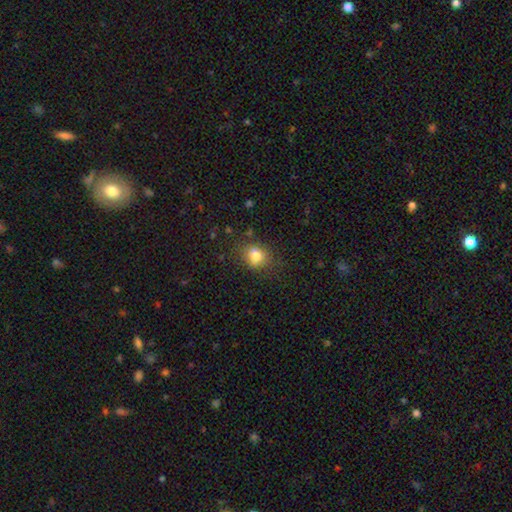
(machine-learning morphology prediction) smooth_or_featured: smooth (p=0.81) [alt: star or artifact p=0.11]
how_rounded: round (p=0.56) [alt: in between p=0.43]
merging: none (p=0.74) [alt: minor disturbance p=0.17]